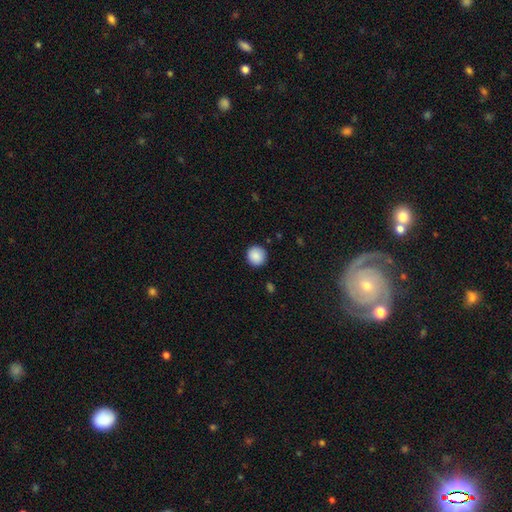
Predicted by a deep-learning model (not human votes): smooth_or_featured: smooth (p=0.89) [alt: star or artifact p=0.08]
how_rounded: round (p=0.93) [alt: in between p=0.06]
merging: none (p=0.91) [alt: minor disturbance p=0.06]